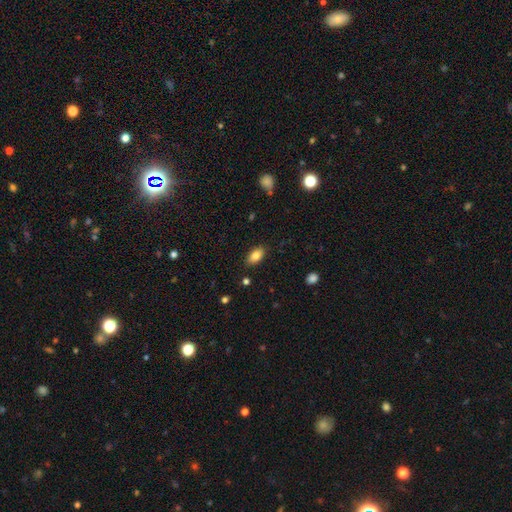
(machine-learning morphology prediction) Q: Smooth or featured?
A: smooth (83%); runner-up: featured or disk (8%)
Q: How rounded?
A: in between (90%); runner-up: round (6%)
Q: Merging?
A: none (85%); runner-up: minor disturbance (11%)